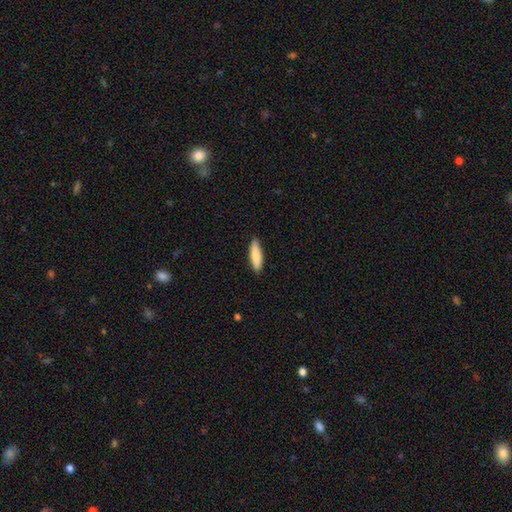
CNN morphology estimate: Smooth or featured? Predicted: smooth (p=0.84). How rounded? Predicted: cigar-shaped (p=0.63). Merging? Predicted: none (p=0.89).